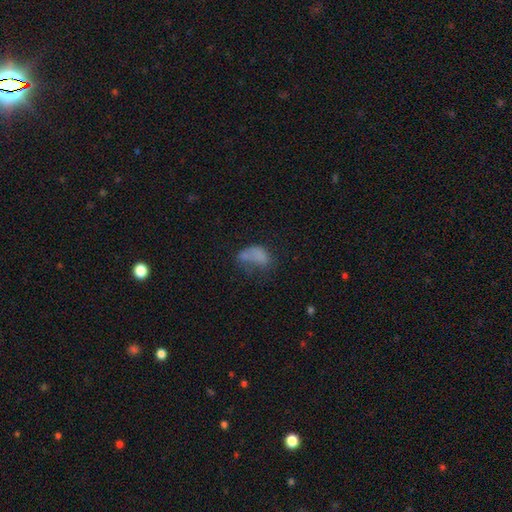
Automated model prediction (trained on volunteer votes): This is likely a smooth galaxy (63%). How rounded: clearly in between (86%). Merging: marginally major disturbance (34%).